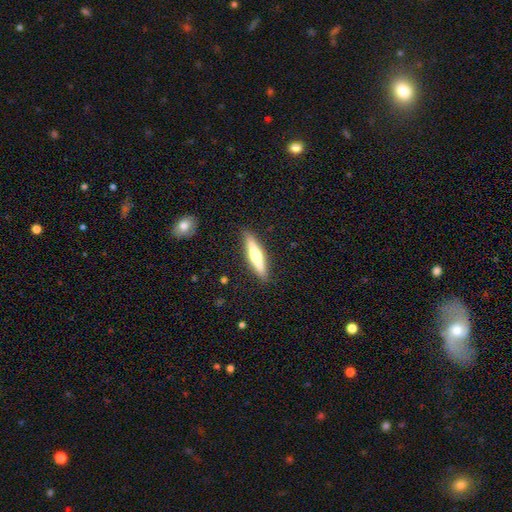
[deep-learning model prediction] The model was most divided on "smooth or featured": featured or disk: 52%, smooth: 43%, star or artifact: 6%. More confident: edge-on disk — yes (94%); merging — none (89%).